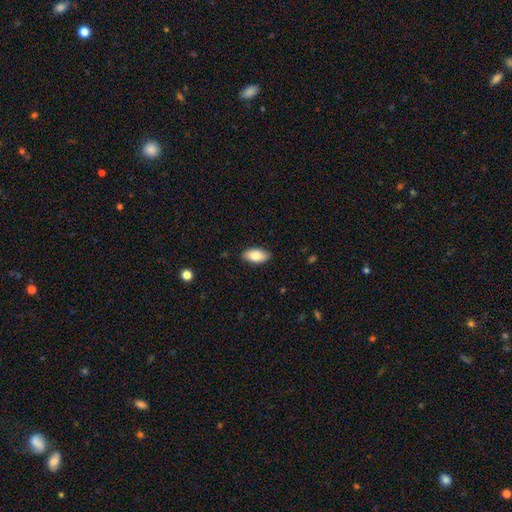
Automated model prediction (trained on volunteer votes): Smooth or featured?
  - smooth: 82% *
  - featured or disk: 12%
  - star or artifact: 6%
How rounded?
  - in between: 92% *
  - cigar-shaped: 5%
  - round: 3%
Merging?
  - none: 86% *
  - minor disturbance: 11%
  - major disturbance: 2%
  - merger: 1%